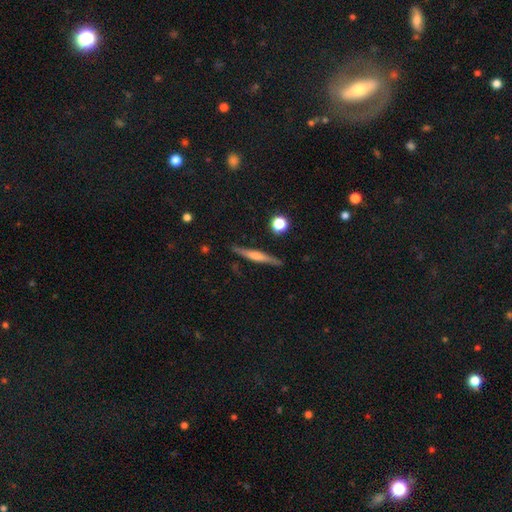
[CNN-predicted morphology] type=featured or disk (60%); edge-on=yes (96%); edge-on bulge=rounded (61%); merging=none (87%).